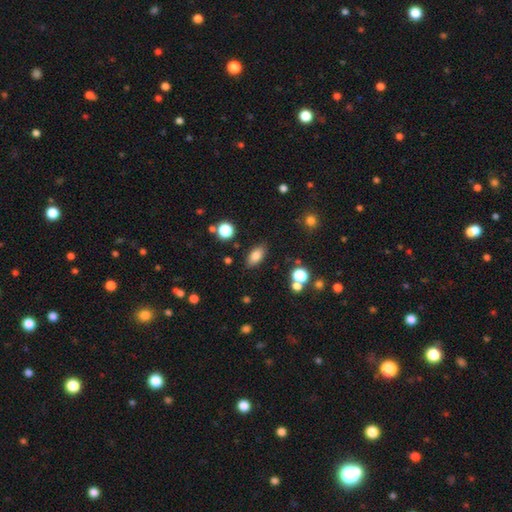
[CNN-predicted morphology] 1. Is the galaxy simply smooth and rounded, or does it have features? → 79% smooth, 10% featured or disk, 10% star or artifact.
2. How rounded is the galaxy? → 86% in between, 7% cigar-shaped, 7% round.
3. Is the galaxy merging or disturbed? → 84% none, 10% minor disturbance, 3% major disturbance, 3% merger.